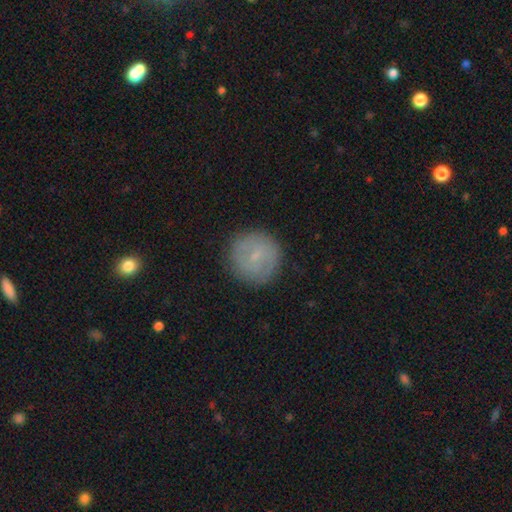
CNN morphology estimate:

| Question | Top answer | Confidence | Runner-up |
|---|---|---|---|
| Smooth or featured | smooth | 49% | featured or disk (42%) |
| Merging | none | 87% | minor disturbance (9%) |